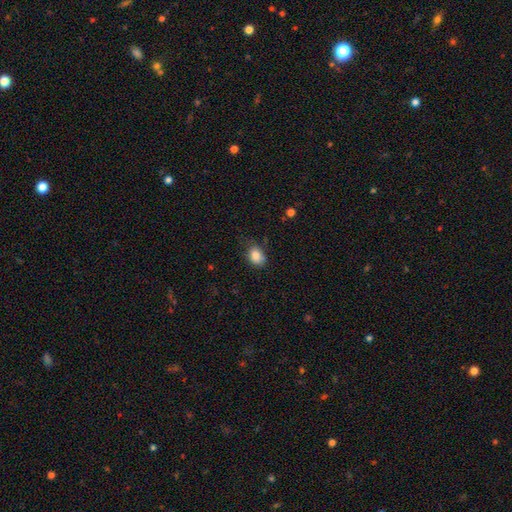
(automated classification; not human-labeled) This is clearly a smooth galaxy (86%). How rounded: likely in between (72%). Merging: likely none (65%).